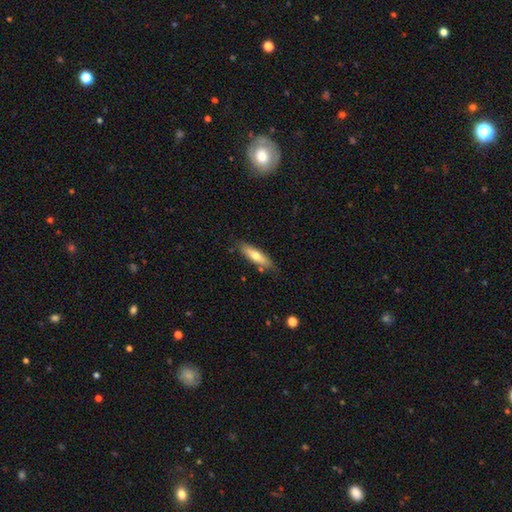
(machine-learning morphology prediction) type=smooth (63%); roundness=cigar-shaped (64%); merging=none (80%).